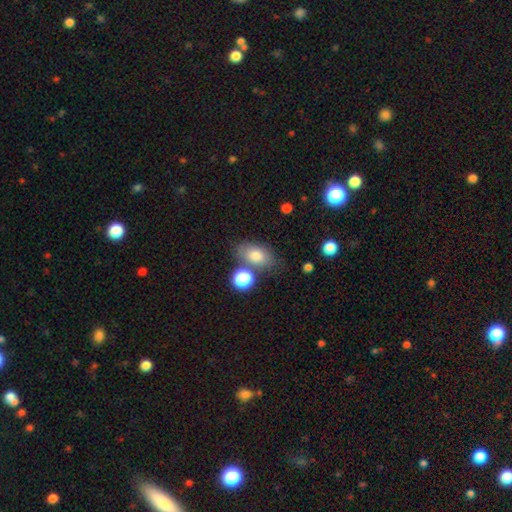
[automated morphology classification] Overall: smooth (78%). How rounded: in between (85%). Merging: none (67%).